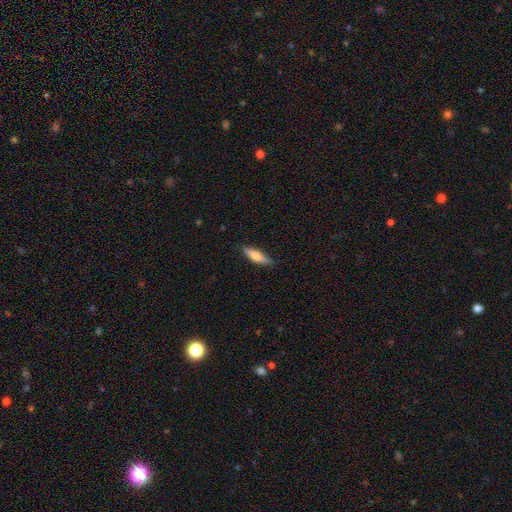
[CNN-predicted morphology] A smooth galaxy with no disk features (64%) that is cigar-shaped (67%).

Vote fractions:
- Smooth or featured? smooth: 64% / featured or disk: 31% / star or artifact: 6%
- How rounded? cigar-shaped: 67% / in between: 32% / round: 2%
- Merging? none: 86% / minor disturbance: 11% / major disturbance: 2% / merger: 1%